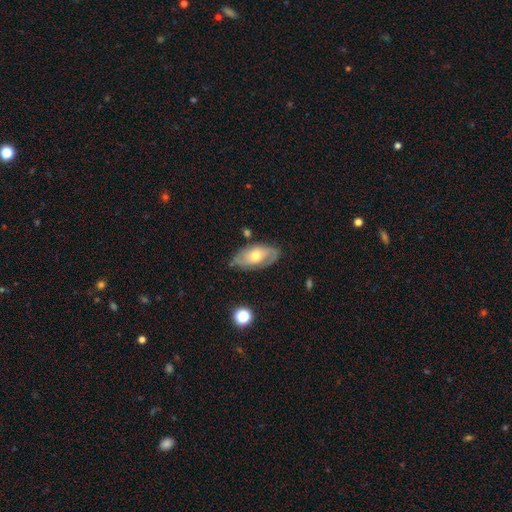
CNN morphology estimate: Smooth or featured? Predicted: featured or disk (p=0.59). Edge-on disk? Predicted: no (p=0.89). Bar? Predicted: no (p=0.69). Spiral arms? Predicted: yes (p=0.74). Bulge size? Predicted: moderate (p=0.70). Merging? Predicted: none (p=0.74).